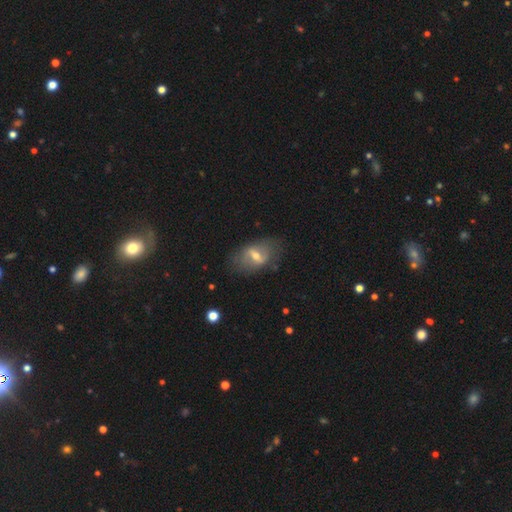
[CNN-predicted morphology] A featured or disk galaxy (58%). Merging: none (71%).